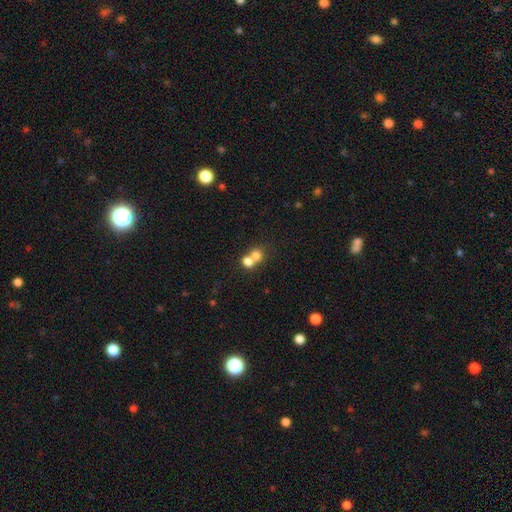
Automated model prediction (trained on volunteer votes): Smooth or featured? smooth (73%)
How rounded? round (72%)
Merging? merger (62%)